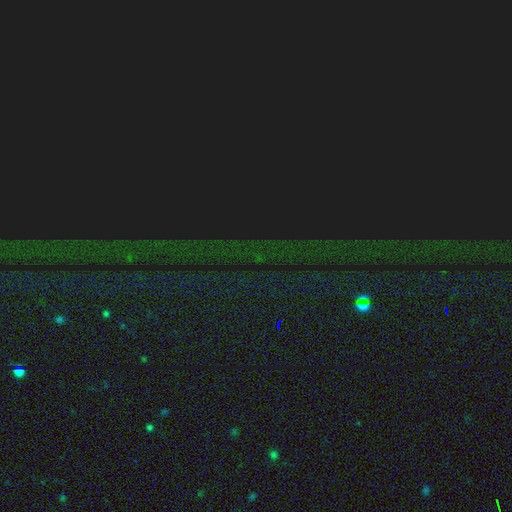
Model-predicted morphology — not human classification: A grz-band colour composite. It shows a star or artifact, not a galaxy (86%).